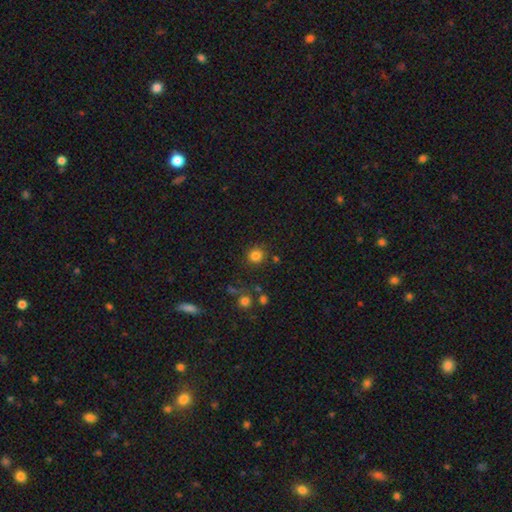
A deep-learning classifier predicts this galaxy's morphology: smooth 82%, star or artifact 13%, featured or disk 5%. Down the decision tree: how rounded — round (91%); merging — none (84%).